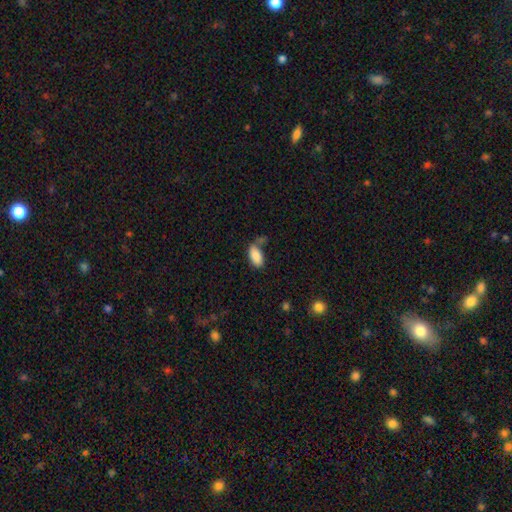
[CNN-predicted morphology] Smooth or featured?
  - smooth: 85% *
  - featured or disk: 7%
  - star or artifact: 7%
How rounded?
  - in between: 93% *
  - cigar-shaped: 4%
  - round: 2%
Merging?
  - none: 57% *
  - minor disturbance: 21%
  - merger: 15%
  - major disturbance: 7%